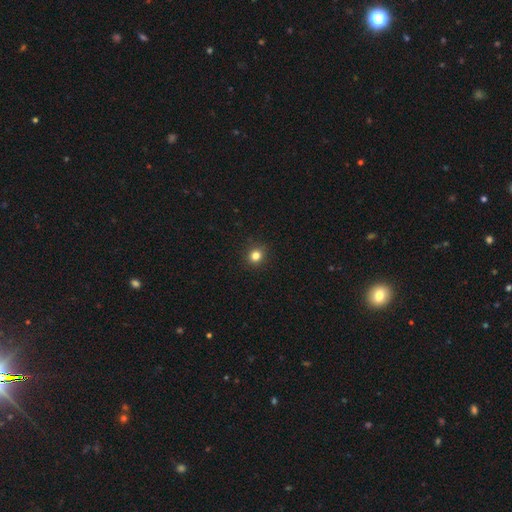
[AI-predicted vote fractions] Q: Smooth or featured?
A: smooth (82%); runner-up: star or artifact (13%)
Q: How rounded?
A: round (87%); runner-up: in between (12%)
Q: Merging?
A: none (91%); runner-up: minor disturbance (6%)